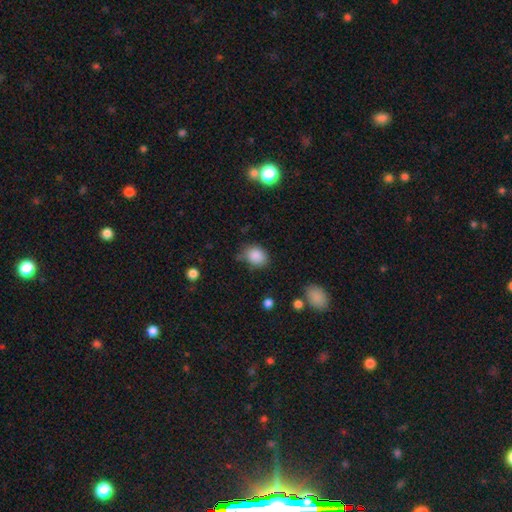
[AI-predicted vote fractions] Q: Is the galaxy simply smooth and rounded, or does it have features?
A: smooth — 85%.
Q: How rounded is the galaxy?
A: in between — 51%.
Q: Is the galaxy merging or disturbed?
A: none — 61%.